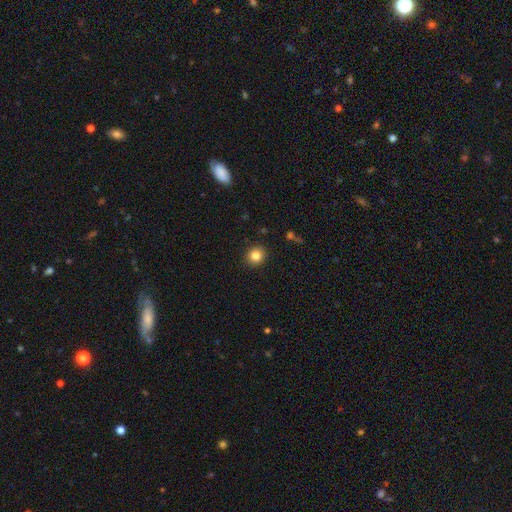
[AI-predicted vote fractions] This appears to be a smooth galaxy with no disk features (83%) that is round (86%). Merging: none (91%).